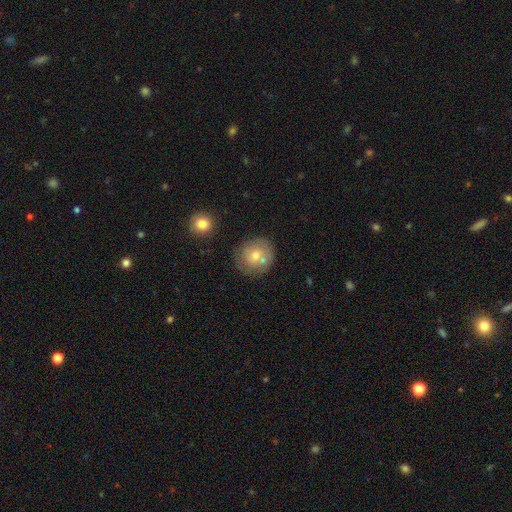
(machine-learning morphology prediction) smooth_or_featured: smooth (p=0.66) [alt: featured or disk p=0.27]
how_rounded: round (p=0.88) [alt: in between p=0.11]
merging: none (p=0.61) [alt: merger p=0.17]